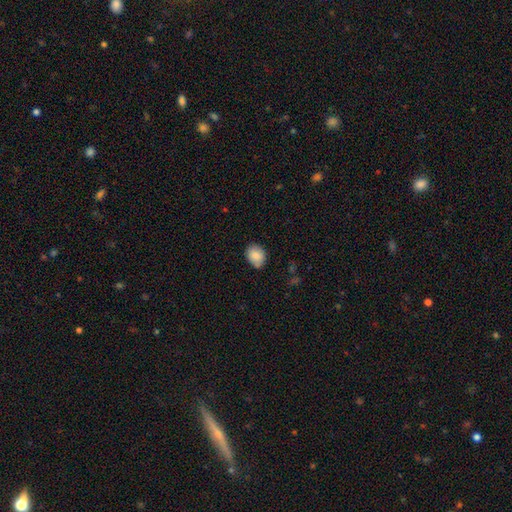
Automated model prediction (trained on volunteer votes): Smooth or featured? smooth (87%)
How rounded? in between (55%)
Merging? none (79%)